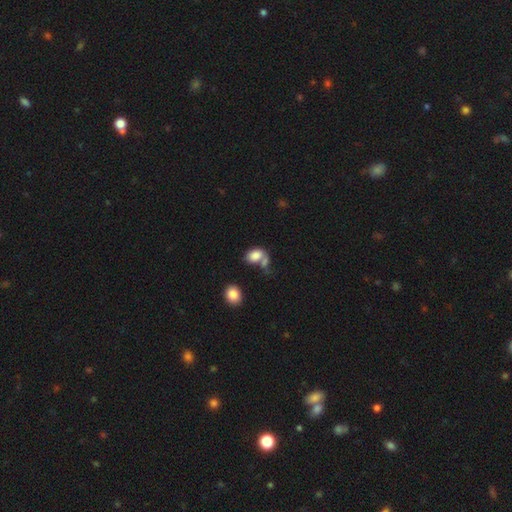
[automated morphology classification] Smooth or featured?
  - smooth: 81% *
  - featured or disk: 9%
  - star or artifact: 9%
How rounded?
  - in between: 80% *
  - round: 19%
  - cigar-shaped: 2%
Merging?
  - merger: 39% *
  - none: 35%
  - minor disturbance: 15%
  - major disturbance: 11%